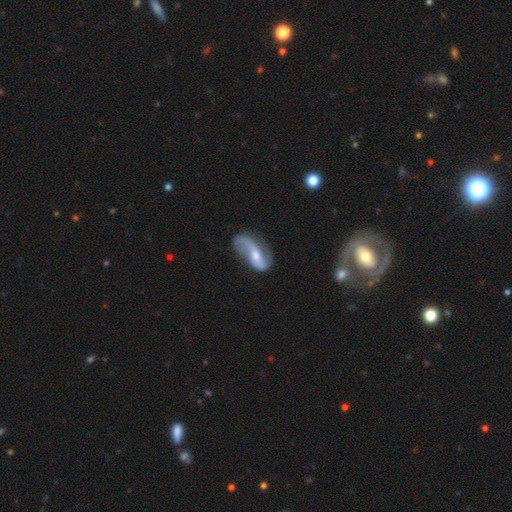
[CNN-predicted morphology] A featured or disk galaxy (75%) with no bar (42%), 2 (83%) loose (73%) spiral arms (90%) and a moderate central bulge (50%).

Vote fractions:
- Smooth or featured? featured or disk: 75% / smooth: 19% / star or artifact: 7%
- Edge-on disk? no: 94% / yes: 6%
- Bar? no: 42% / weak: 39% / strong: 18%
- Spiral arms? yes: 90% / no: 10%
- Spiral winding? loose: 73% / medium: 20% / tight: 7%
- Spiral arm count? 2: 83% / 1: 8% / can't tell: 6% / 3: 1% / 4: 1% / more than 4: 1%
- Bulge size? moderate: 50% / small: 42% / none: 4% / large: 3% / dominant: 1%
- Merging? none: 53% / minor disturbance: 27% / major disturbance: 16% / merger: 4%